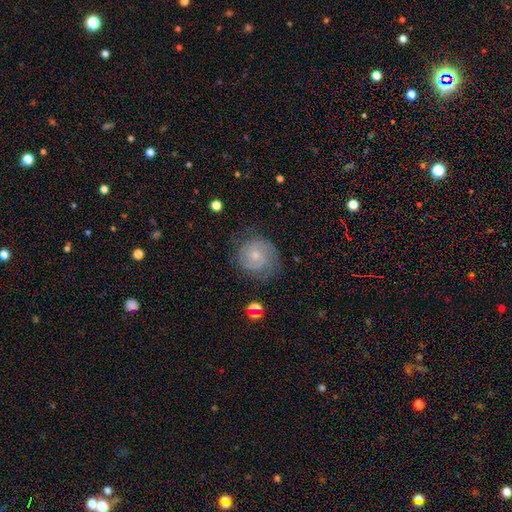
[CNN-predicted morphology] This appears to be a featured or disk galaxy (71%) with no bar (75%), 2 (45%) tight (63%) spiral arms (91%) and a small central bulge (64%). Merging: none (68%).